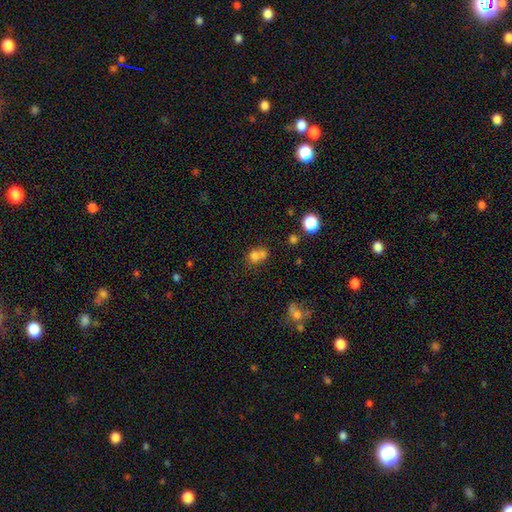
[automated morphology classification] This is likely a smooth galaxy (70%). How rounded: likely round (67%). Merging: possibly merger (54%).